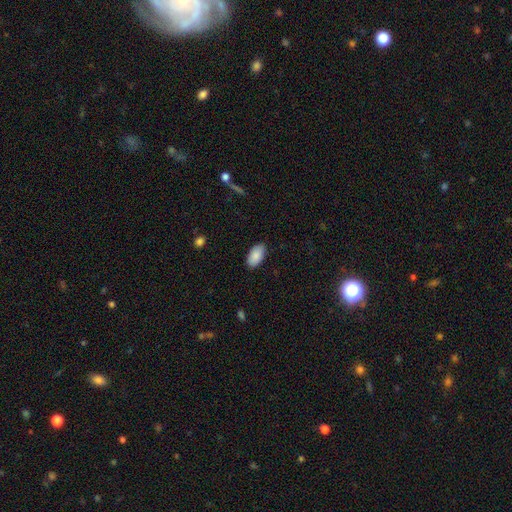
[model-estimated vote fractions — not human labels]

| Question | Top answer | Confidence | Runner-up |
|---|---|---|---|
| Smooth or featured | smooth | 89% | star or artifact (6%) |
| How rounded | in between | 95% | round (3%) |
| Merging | none | 88% | minor disturbance (9%) |